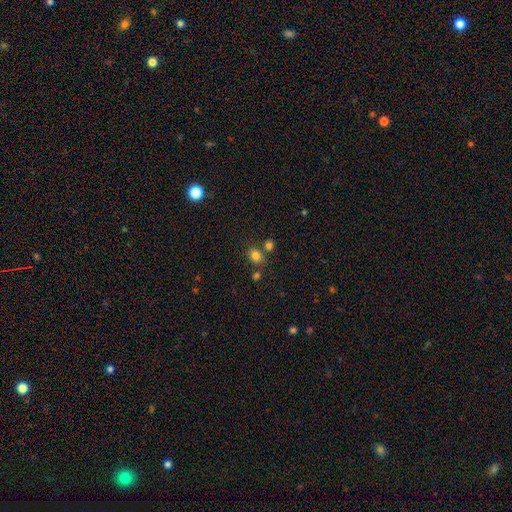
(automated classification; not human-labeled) Smooth or featured? smooth (80%)
How rounded? round (52%)
Merging? none (70%)